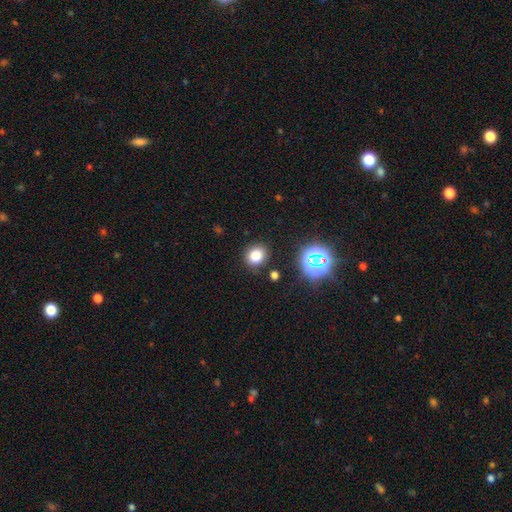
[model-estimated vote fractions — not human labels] This is likely a smooth galaxy (77%). How rounded: likely round (71%). Merging: clearly none (84%).